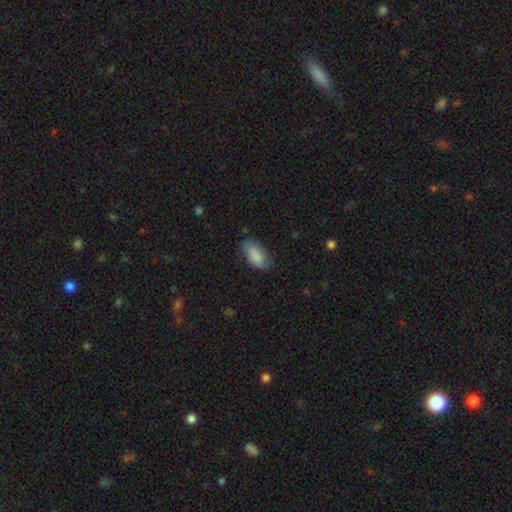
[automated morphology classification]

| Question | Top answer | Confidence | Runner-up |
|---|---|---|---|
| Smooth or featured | smooth | 81% | featured or disk (12%) |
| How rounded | in between | 93% | round (4%) |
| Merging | none | 65% | minor disturbance (27%) |